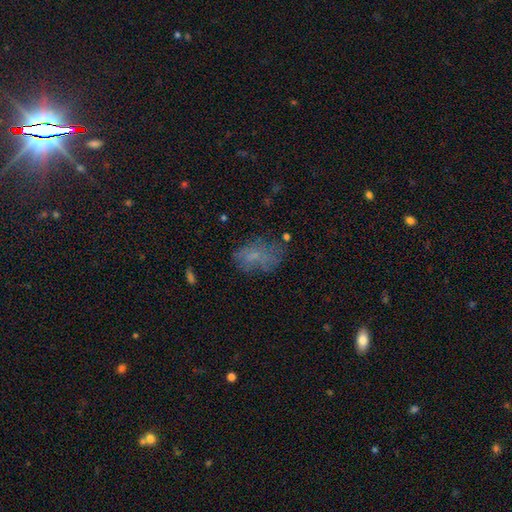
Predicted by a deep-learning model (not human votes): Overall: smooth (52%; featured or disk 30%). How rounded: in between (83%). Merging: none (51%; minor disturbance 24%).